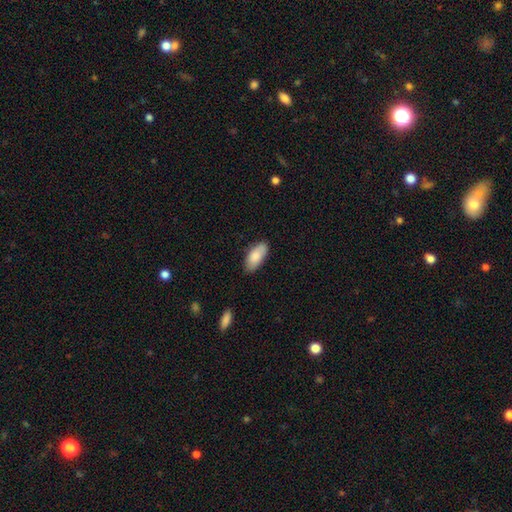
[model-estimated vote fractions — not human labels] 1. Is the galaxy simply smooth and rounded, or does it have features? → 84% smooth, 10% featured or disk, 6% star or artifact.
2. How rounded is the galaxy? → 89% in between, 9% cigar-shaped, 2% round.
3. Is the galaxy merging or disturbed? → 80% none, 16% minor disturbance, 3% major disturbance, 1% merger.